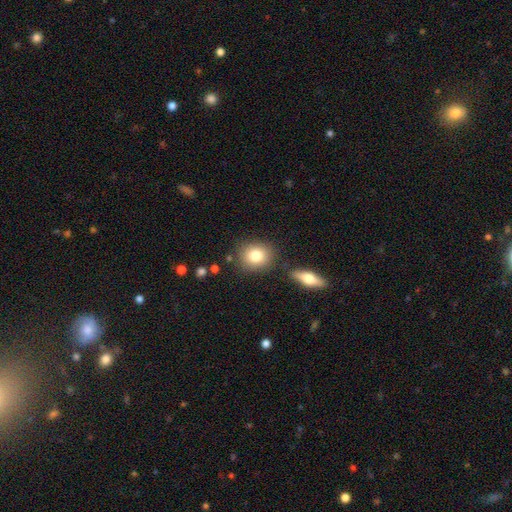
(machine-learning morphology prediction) smooth_or_featured: smooth (p=0.81) [alt: featured or disk p=0.11]
how_rounded: round (p=0.72) [alt: in between p=0.26]
merging: none (p=0.79) [alt: minor disturbance p=0.10]